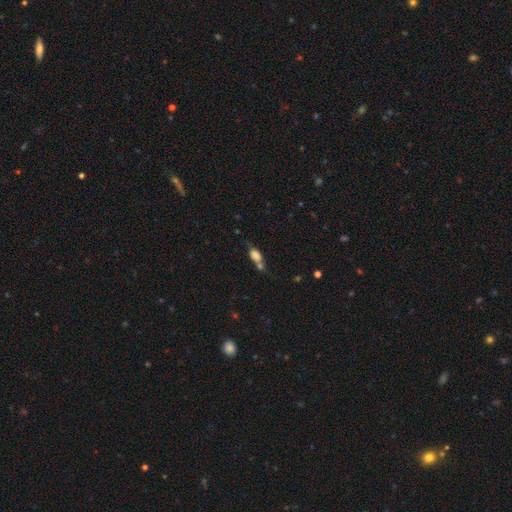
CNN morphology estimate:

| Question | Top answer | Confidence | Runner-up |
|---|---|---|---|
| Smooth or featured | smooth | 77% | featured or disk (12%) |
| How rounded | in between | 82% | round (9%) |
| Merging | merger | 40% | none (34%) |